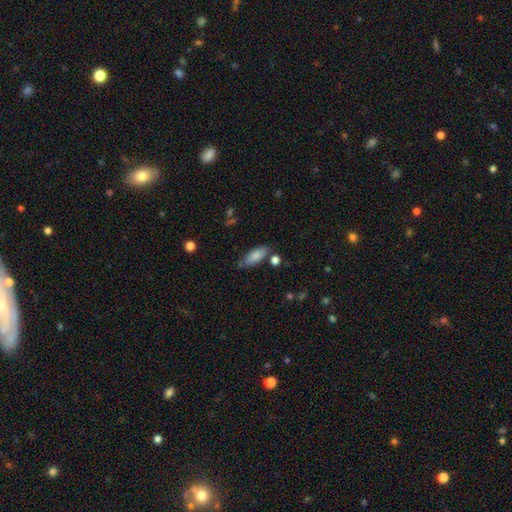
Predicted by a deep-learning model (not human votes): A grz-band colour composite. It shows a smooth galaxy with no disk features (80%) that is in between round and cigar-shaped (76%). Merging: none (72%).